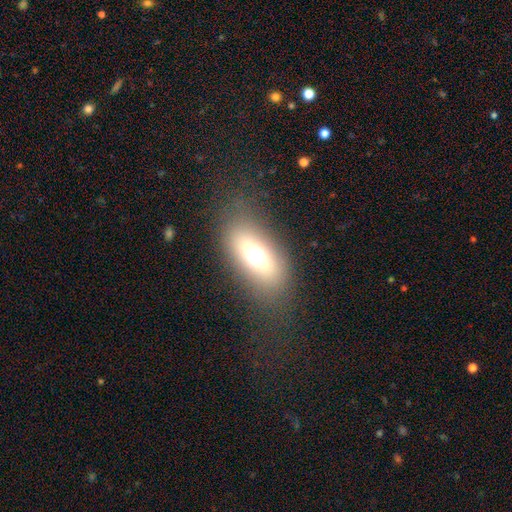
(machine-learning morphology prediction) Smooth or featured? Predicted: smooth (p=0.62). How rounded? Predicted: in between (p=0.80). Merging? Predicted: none (p=0.77).